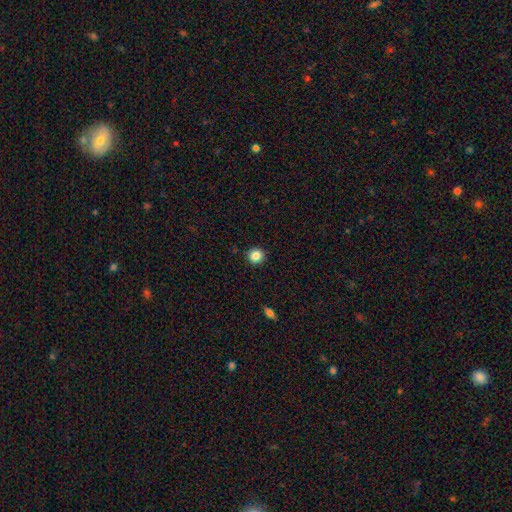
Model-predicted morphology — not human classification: Smooth or featured: smooth — 85% (star or artifact — 10%)
How rounded: round — 94% (in between — 5%)
Merging: none — 92% (minor disturbance — 5%)